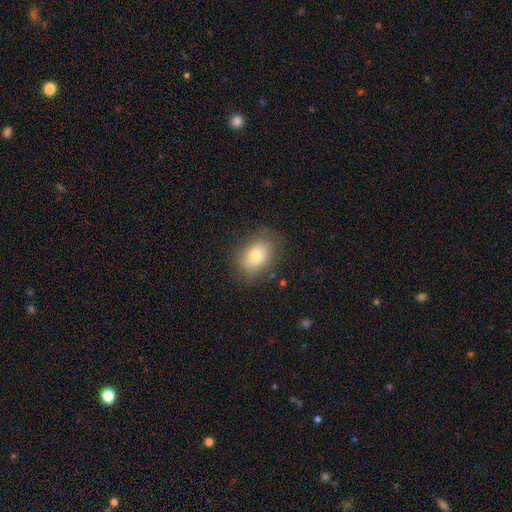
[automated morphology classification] smooth-or-featured: smooth: 75% | featured or disk: 15% | star or artifact: 9%
  how-rounded: in between: 79% | round: 20% | cigar-shaped: 1%
  merging: none: 80% | minor disturbance: 14% | major disturbance: 4% | merger: 1%